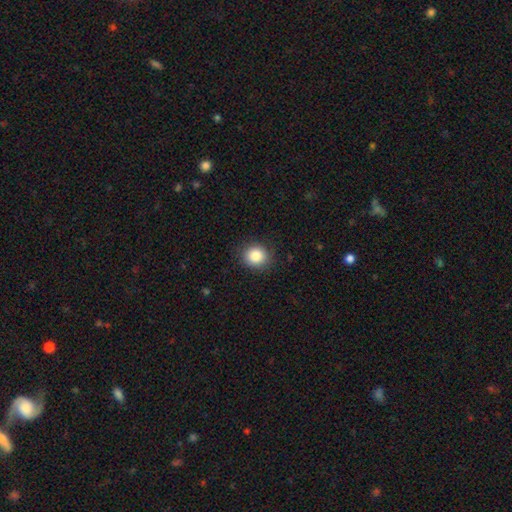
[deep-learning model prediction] Smooth or featured: smooth — 86% (star or artifact — 9%)
How rounded: round — 84% (in between — 15%)
Merging: none — 88% (minor disturbance — 8%)